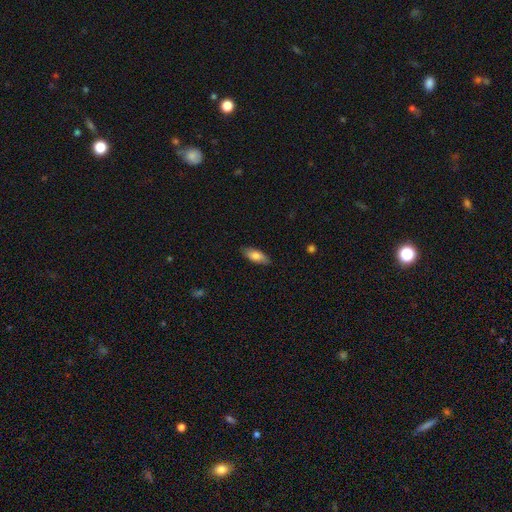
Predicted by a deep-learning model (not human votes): Smooth or featured?
  - smooth: 79% *
  - featured or disk: 15%
  - star or artifact: 6%
How rounded?
  - in between: 79% *
  - cigar-shaped: 19%
  - round: 2%
Merging?
  - none: 86% *
  - minor disturbance: 11%
  - major disturbance: 2%
  - merger: 1%